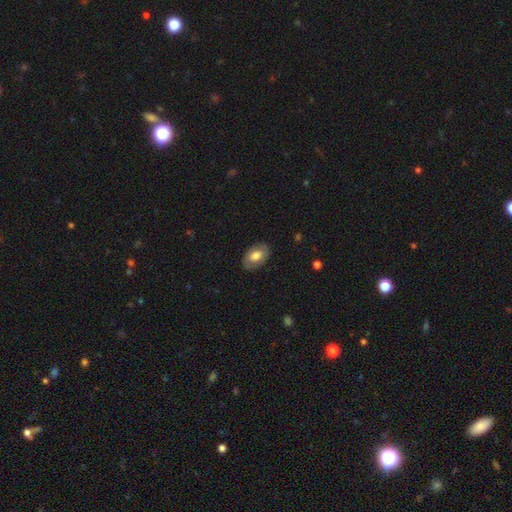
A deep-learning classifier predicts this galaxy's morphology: Smooth or featured? smooth (65%)
How rounded? in between (89%)
Merging? none (81%)